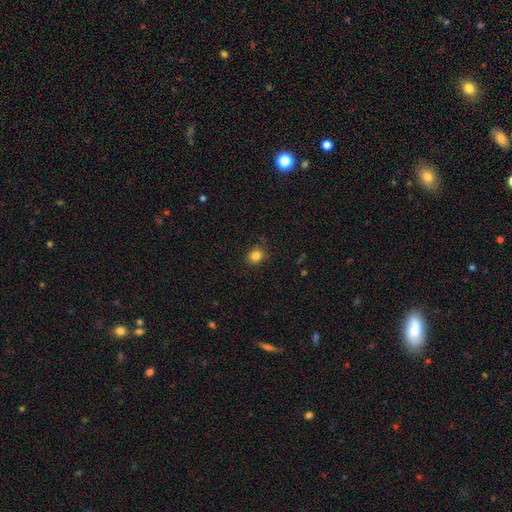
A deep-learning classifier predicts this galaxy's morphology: The model was most divided on "how rounded": round: 77%, in between: 22%, cigar-shaped: 1%. More confident: merging — none (85%); smooth or featured — smooth (83%).